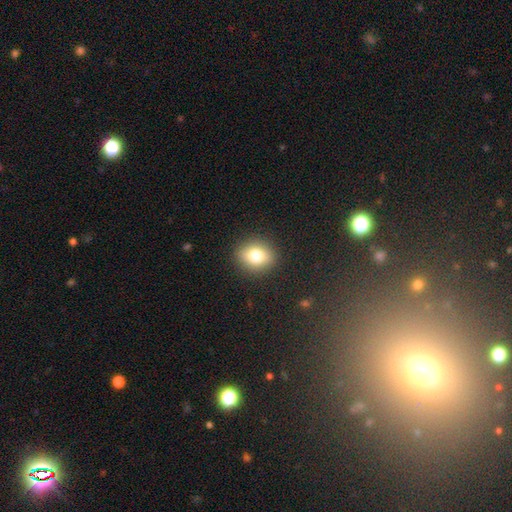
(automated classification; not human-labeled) smooth_or_featured: smooth (p=0.77) [alt: featured or disk p=0.12]
how_rounded: round (p=0.61) [alt: in between p=0.38]
merging: none (p=0.89) [alt: minor disturbance p=0.07]